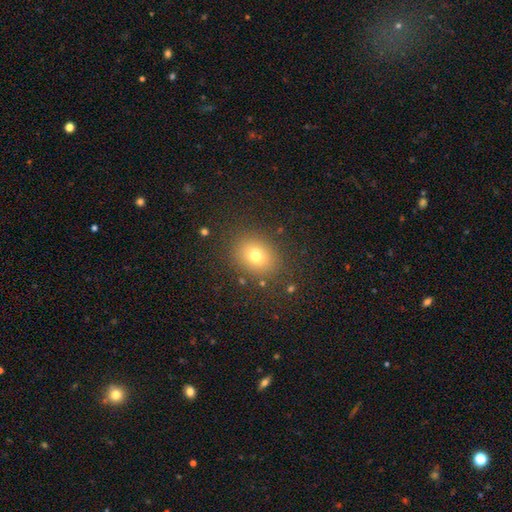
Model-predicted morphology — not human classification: Smooth or featured? smooth (74%)
How rounded? round (53%)
Merging? none (86%)